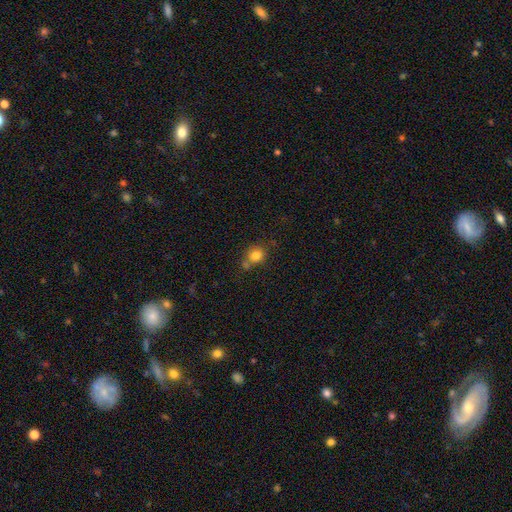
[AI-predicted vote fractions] Smooth or featured? Predicted: smooth (p=0.80). How rounded? Predicted: round (p=0.74). Merging? Predicted: none (p=0.54).